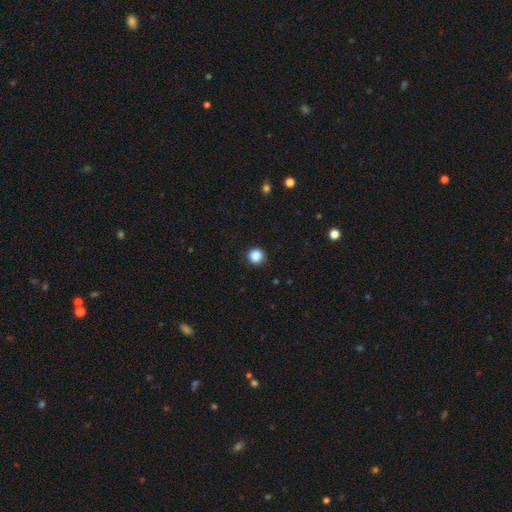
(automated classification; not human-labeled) Smooth or featured? smooth (87%)
How rounded? round (92%)
Merging? none (89%)